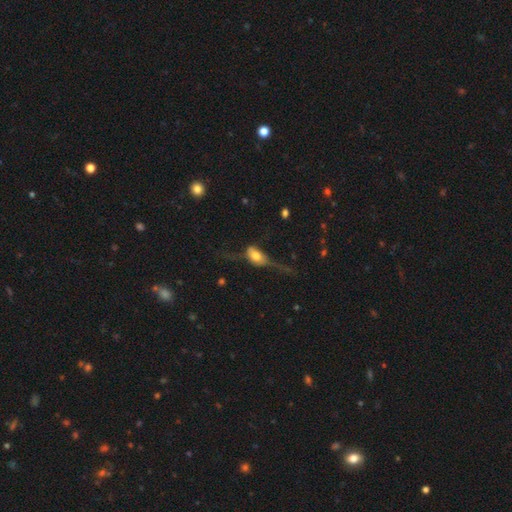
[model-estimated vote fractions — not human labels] smooth-or-featured: smooth: 46% (tied) | featured or disk: 46% (tied) | star or artifact: 9%
  merging: major disturbance: 46% | none: 30% | minor disturbance: 20% | merger: 5%